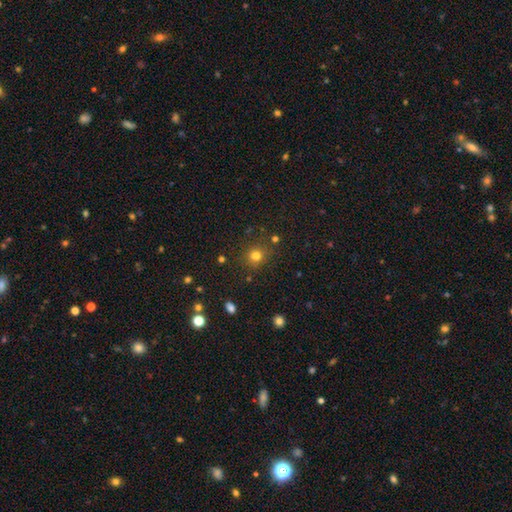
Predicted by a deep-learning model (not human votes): Overall: smooth (78%). How rounded: round (88%). Merging: none (85%).